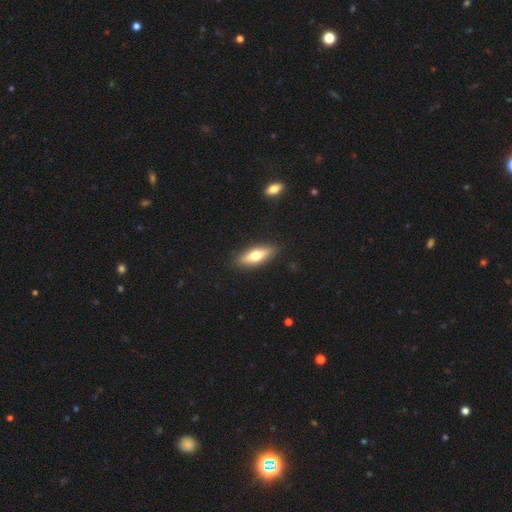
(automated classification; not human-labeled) This is possibly a smooth galaxy (59%). How rounded: possibly in between (54%). Merging: clearly none (88%).